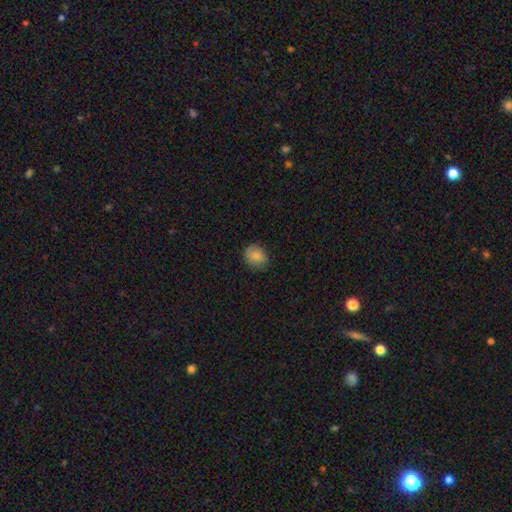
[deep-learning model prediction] The model was most divided on "how rounded": round: 64%, in between: 35%, cigar-shaped: 1%. More confident: smooth or featured — smooth (85%); merging — none (81%).